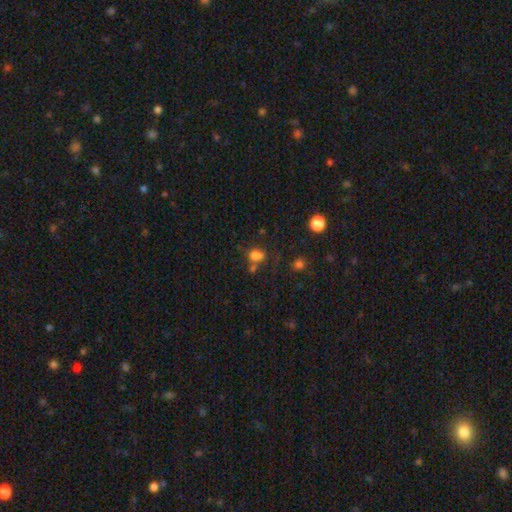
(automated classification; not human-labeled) smooth-or-featured: smooth: 77% | star or artifact: 16% | featured or disk: 8%
  how-rounded: in between: 65% | round: 33% | cigar-shaped: 2%
  merging: none: 51% | merger: 23% | minor disturbance: 17% | major disturbance: 8%